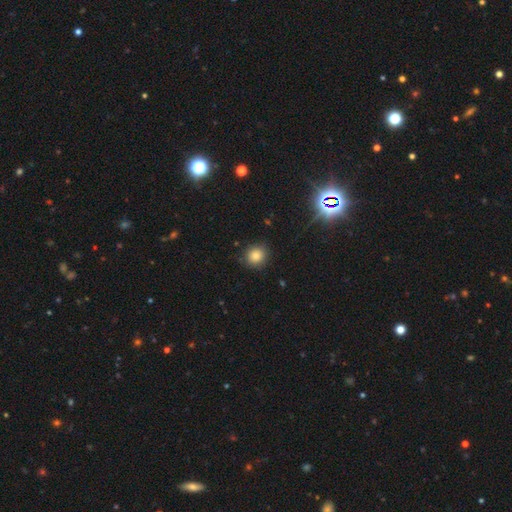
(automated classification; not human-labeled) smooth 80%, star or artifact 14%, featured or disk 6%. Down the decision tree: how rounded — round (87%); merging — none (85%).